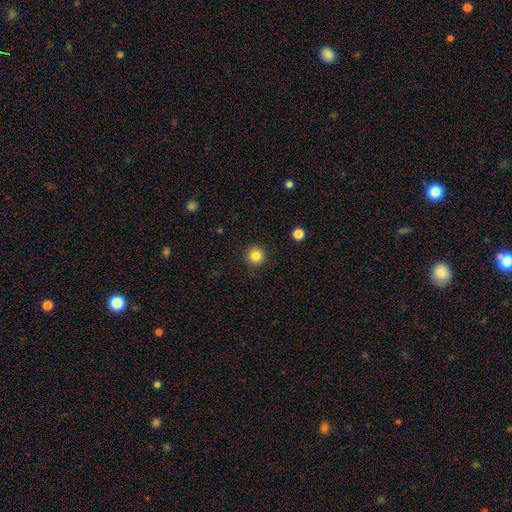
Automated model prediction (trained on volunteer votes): The model was most divided on "smooth or featured": smooth: 84%, star or artifact: 11%, featured or disk: 5%. More confident: how rounded — round (95%); merging — none (90%).